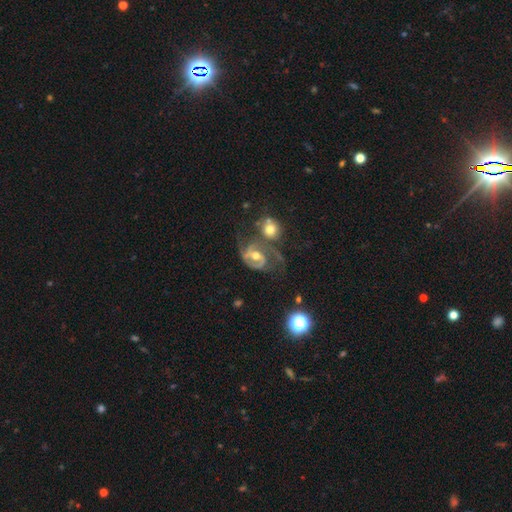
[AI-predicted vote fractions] smooth_or_featured: featured or disk (p=0.84) [alt: smooth p=0.10]
disk_edge_on: no (p=0.97) [alt: yes p=0.03]
bar: weak (p=0.42) [alt: no p=0.33]
has_spiral_arms: yes (p=0.94) [alt: no p=0.06]
spiral_winding: medium (p=0.51) [alt: tight p=0.29]
spiral_arm_count: 2 (p=0.75) [alt: 1 p=0.09]
bulge_size: moderate (p=0.74) [alt: small p=0.18]
merging: none (p=0.35) [alt: major disturbance p=0.23]